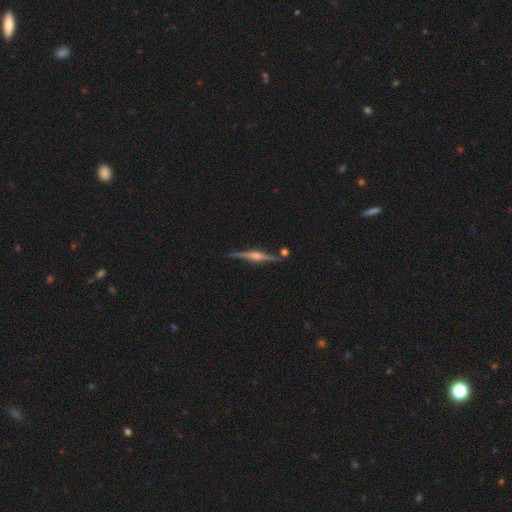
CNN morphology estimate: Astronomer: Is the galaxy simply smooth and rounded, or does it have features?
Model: featured or disk — 86%.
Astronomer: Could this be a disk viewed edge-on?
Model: yes — 98%.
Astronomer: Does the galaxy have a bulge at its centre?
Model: rounded — 84%.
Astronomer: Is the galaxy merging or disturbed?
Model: none — 84%.